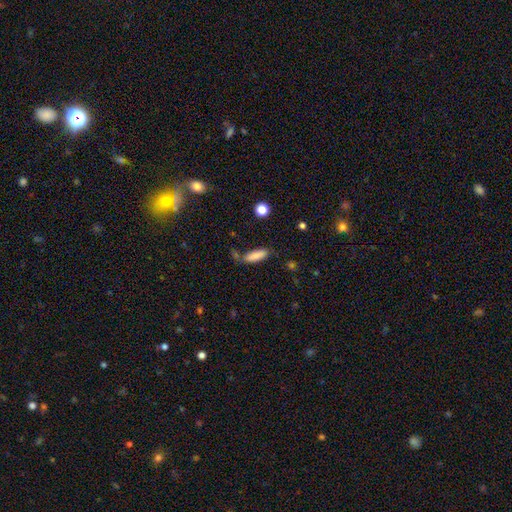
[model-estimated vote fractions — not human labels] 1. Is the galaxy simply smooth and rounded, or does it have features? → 85% smooth, 8% star or artifact, 7% featured or disk.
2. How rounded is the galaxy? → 56% in between, 42% cigar-shaped, 2% round.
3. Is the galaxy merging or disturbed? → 68% none, 18% minor disturbance, 9% merger, 5% major disturbance.